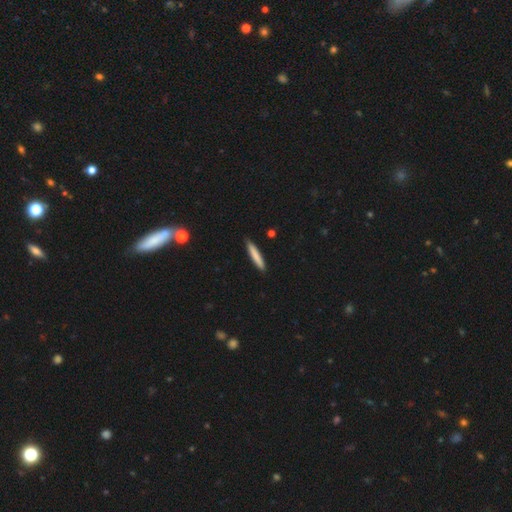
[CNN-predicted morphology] Overall: smooth (80%). How rounded: cigar-shaped (93%). Merging: none (89%).